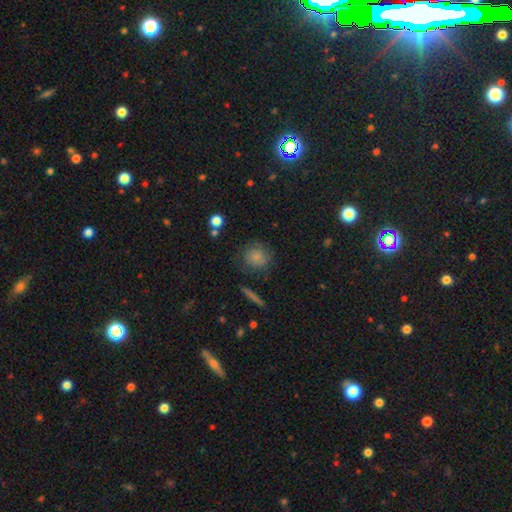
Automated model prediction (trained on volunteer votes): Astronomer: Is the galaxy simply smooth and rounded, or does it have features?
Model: smooth — 63%.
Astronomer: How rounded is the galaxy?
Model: round — 88%.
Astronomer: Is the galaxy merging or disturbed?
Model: none — 81%.